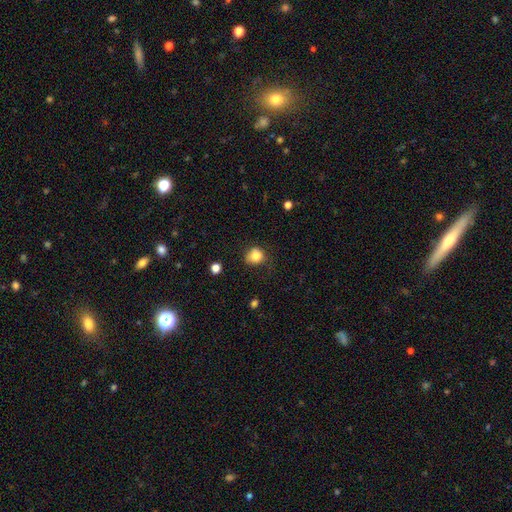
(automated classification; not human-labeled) smooth_or_featured: smooth (p=0.81) [alt: star or artifact p=0.11]
how_rounded: round (p=0.76) [alt: in between p=0.23]
merging: none (p=0.60) [alt: minor disturbance p=0.29]